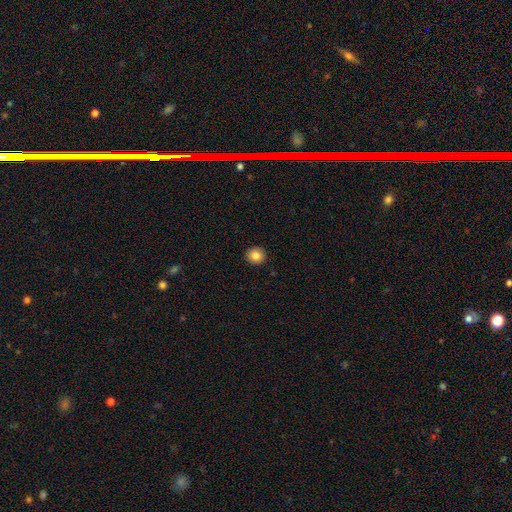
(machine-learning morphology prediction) Smooth or featured? Predicted: smooth (p=0.84). How rounded? Predicted: round (p=0.92). Merging? Predicted: none (p=0.93).